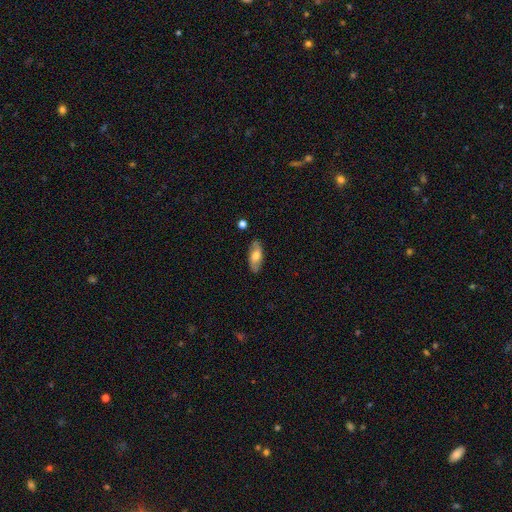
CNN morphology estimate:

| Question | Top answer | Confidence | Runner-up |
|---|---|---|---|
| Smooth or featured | smooth | 56% | featured or disk (38%) |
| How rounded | in between | 84% | cigar-shaped (13%) |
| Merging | none | 84% | minor disturbance (12%) |